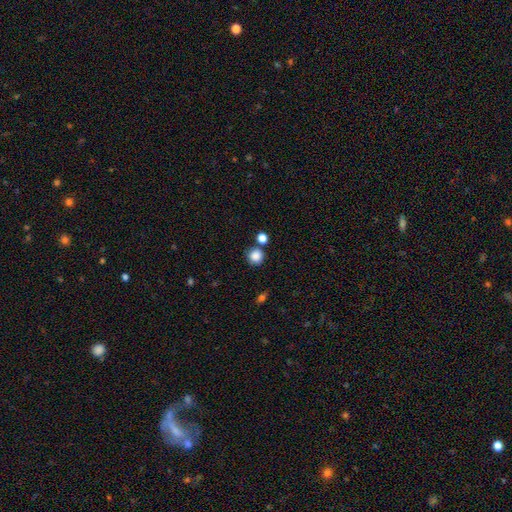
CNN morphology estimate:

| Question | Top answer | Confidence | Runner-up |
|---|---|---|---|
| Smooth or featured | smooth | 86% | star or artifact (10%) |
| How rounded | round | 93% | in between (6%) |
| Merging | none | 77% | merger (11%) |